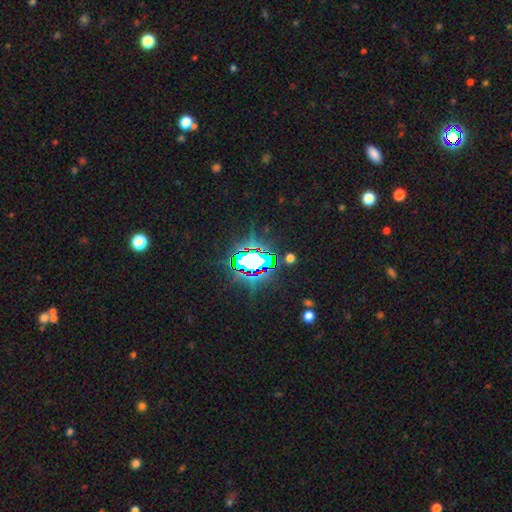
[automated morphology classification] star or artifact 82%, smooth 11%, featured or disk 7%.